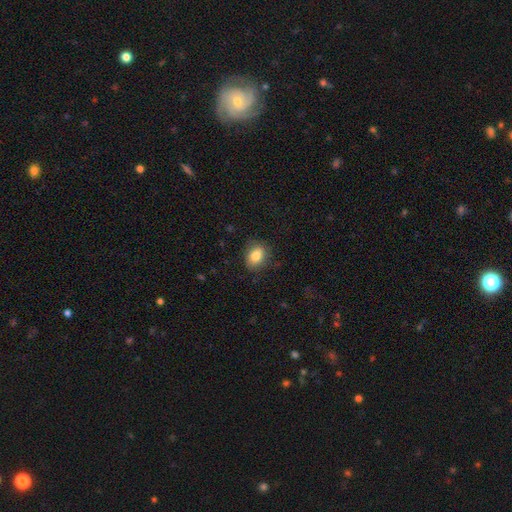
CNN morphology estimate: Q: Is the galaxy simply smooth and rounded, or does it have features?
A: smooth — 82%.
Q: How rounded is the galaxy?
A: in between — 67%.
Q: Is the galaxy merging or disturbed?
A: none — 81%.